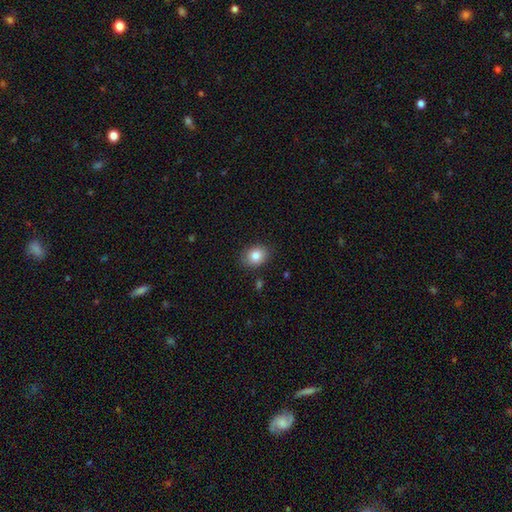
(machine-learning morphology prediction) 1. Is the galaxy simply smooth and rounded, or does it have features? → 84% smooth, 8% star or artifact, 7% featured or disk.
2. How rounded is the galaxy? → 61% in between, 38% round, 1% cigar-shaped.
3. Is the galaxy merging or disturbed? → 85% none, 11% minor disturbance, 2% major disturbance, 2% merger.